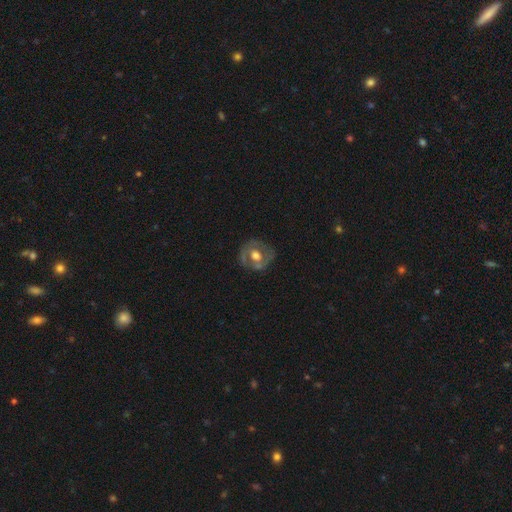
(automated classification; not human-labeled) This is possibly a featured or disk galaxy (58%). It is clearly not viewed edge-on (95%). Bar: likely no (72%). Spiral arm pattern: likely no (74%). Central bulge: likely moderate (63%). Merging: likely none (73%).